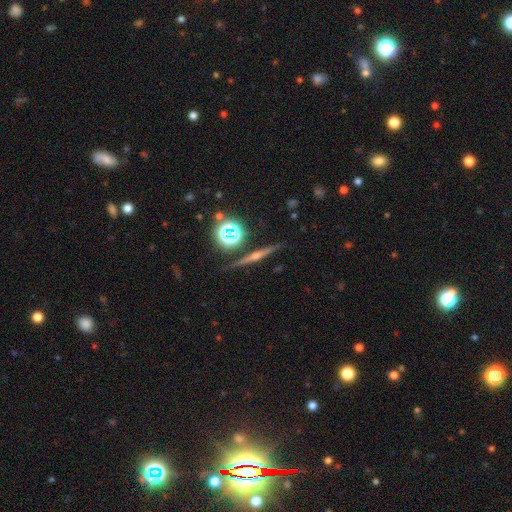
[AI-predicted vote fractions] This appears to be a featured or disk galaxy (68%) viewed edge-on (96%) with a rounded central bulge (84%). Merging: none (88%).